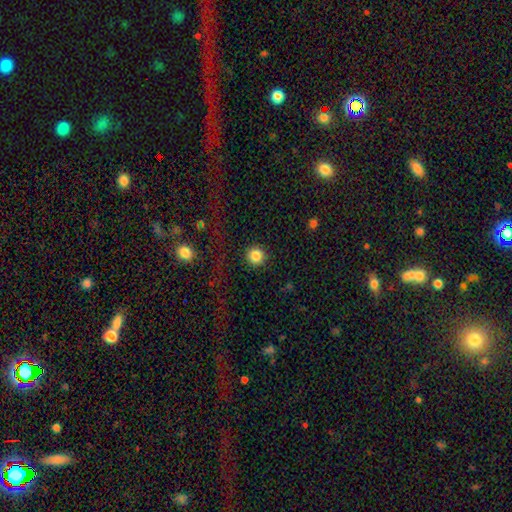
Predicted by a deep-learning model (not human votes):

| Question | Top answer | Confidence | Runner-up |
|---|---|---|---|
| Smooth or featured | smooth | 85% | star or artifact (11%) |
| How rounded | round | 95% | in between (4%) |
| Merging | none | 91% | minor disturbance (5%) |